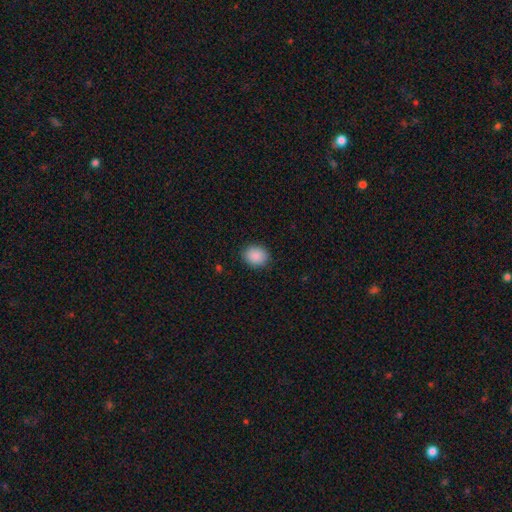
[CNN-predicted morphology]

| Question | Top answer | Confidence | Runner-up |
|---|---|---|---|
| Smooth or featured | smooth | 89% | star or artifact (8%) |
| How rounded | round | 58% | in between (42%) |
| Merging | none | 89% | minor disturbance (8%) |